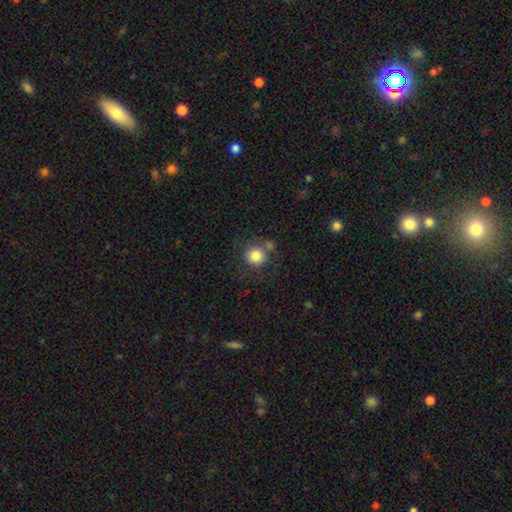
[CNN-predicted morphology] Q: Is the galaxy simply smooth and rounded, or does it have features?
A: smooth — 83%.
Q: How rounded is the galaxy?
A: round — 92%.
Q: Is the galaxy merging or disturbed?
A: none — 70%.